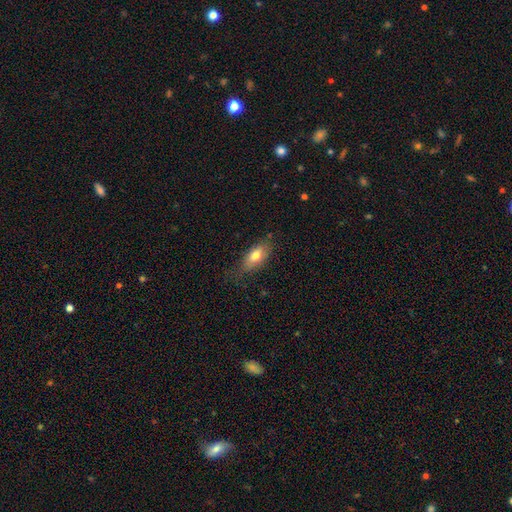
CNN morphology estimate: smooth-or-featured: smooth: 75% | featured or disk: 17% | star or artifact: 8%
  how-rounded: in between: 83% | cigar-shaped: 13% | round: 4%
  merging: none: 68% | minor disturbance: 24% | major disturbance: 6% | merger: 1%